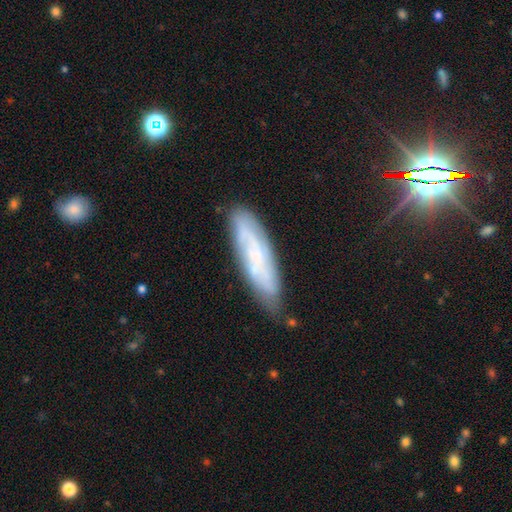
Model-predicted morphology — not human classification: Smooth or featured: featured or disk — 57% (smooth — 33%)
Edge-on disk: no — 71% (yes — 29%)
Merging: none — 75% (minor disturbance — 19%)